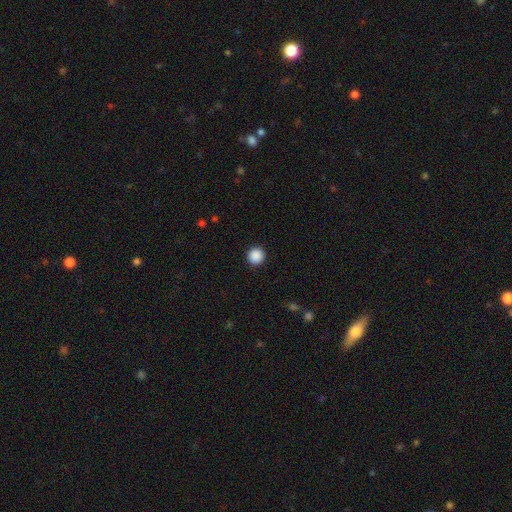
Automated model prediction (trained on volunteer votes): Overall: smooth (88%). How rounded: round (95%). Merging: none (93%).